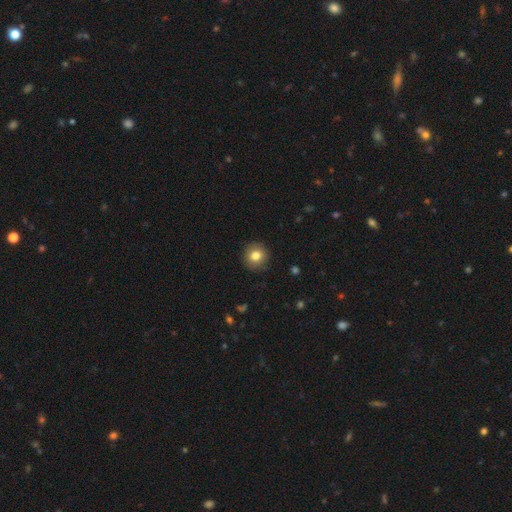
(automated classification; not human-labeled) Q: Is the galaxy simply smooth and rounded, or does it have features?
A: smooth — 81%.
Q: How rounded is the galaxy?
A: round — 92%.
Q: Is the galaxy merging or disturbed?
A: none — 91%.